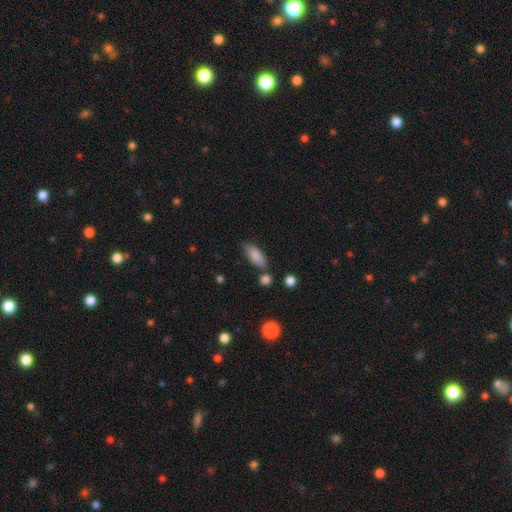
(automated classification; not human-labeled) A smooth galaxy with no disk features (85%) that is in between round and cigar-shaped (80%).

Vote fractions:
- Smooth or featured? smooth: 85% / featured or disk: 8% / star or artifact: 7%
- How rounded? in between: 80% / cigar-shaped: 18% / round: 2%
- Merging? none: 71% / minor disturbance: 16% / merger: 8% / major disturbance: 4%